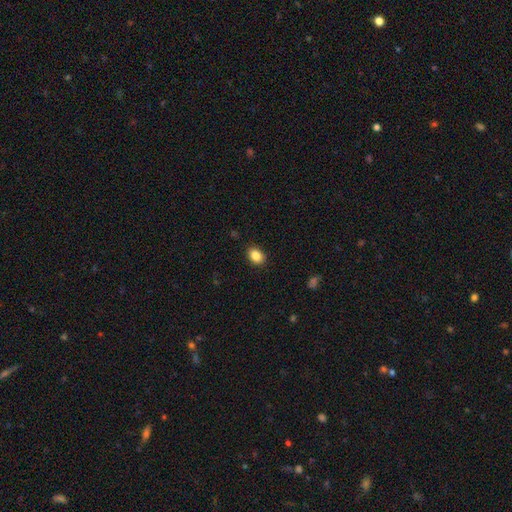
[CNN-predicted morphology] Q: Smooth or featured?
A: smooth (86%); runner-up: star or artifact (9%)
Q: How rounded?
A: in between (72%); runner-up: round (27%)
Q: Merging?
A: none (89%); runner-up: minor disturbance (8%)